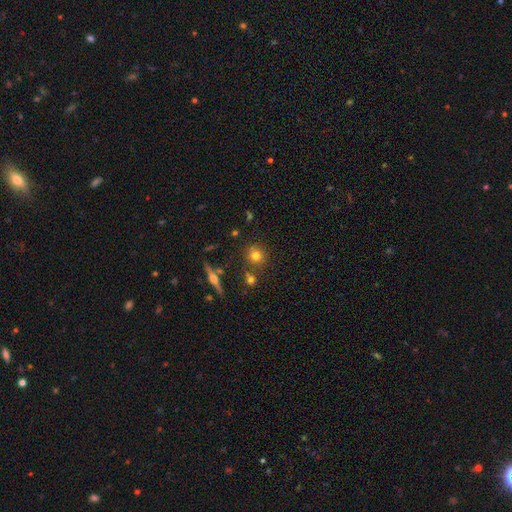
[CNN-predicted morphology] smooth-or-featured: smooth: 69% | featured or disk: 17% | star or artifact: 14%
  how-rounded: round: 89% | in between: 10% | cigar-shaped: 2%
  merging: none: 77% | merger: 11% | minor disturbance: 10% | major disturbance: 3%